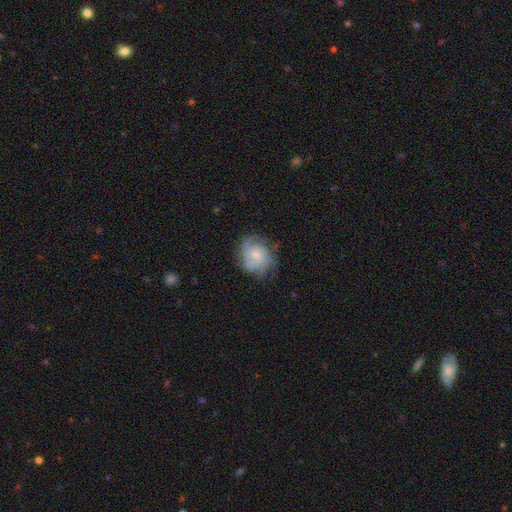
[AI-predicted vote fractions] Overall: featured or disk (74%). Edge-on disk: no (98%). Bar: no (70%). Spiral arms: yes (93%). Spiral arm count: 2 (29%; 3 28%). Spiral winding: tight (52%; medium 37%). Bulge size: small (52%; moderate 38%). Merging: none (67%).